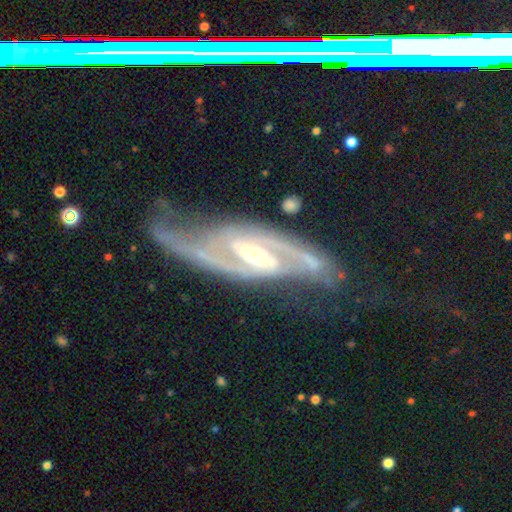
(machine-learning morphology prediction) smooth_or_featured: featured or disk (p=0.92) [alt: star or artifact p=0.04]
disk_edge_on: no (p=0.93) [alt: yes p=0.07]
bar: strong (p=0.44) [alt: weak p=0.38]
has_spiral_arms: yes (p=0.98) [alt: no p=0.02]
spiral_winding: medium (p=0.51) [alt: tight p=0.26]
spiral_arm_count: 2 (p=0.91) [alt: can't tell p=0.03]
bulge_size: moderate (p=0.57) [alt: small p=0.37]
merging: none (p=0.62) [alt: minor disturbance p=0.21]